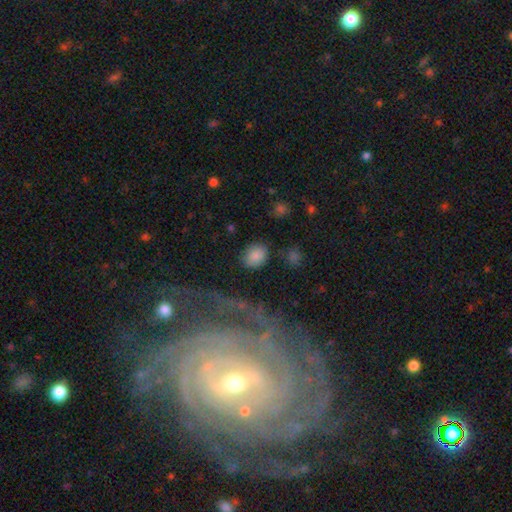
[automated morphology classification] Q: Smooth or featured?
A: smooth (84%); runner-up: star or artifact (9%)
Q: How rounded?
A: in between (54%); runner-up: round (45%)
Q: Merging?
A: none (79%); runner-up: minor disturbance (14%)